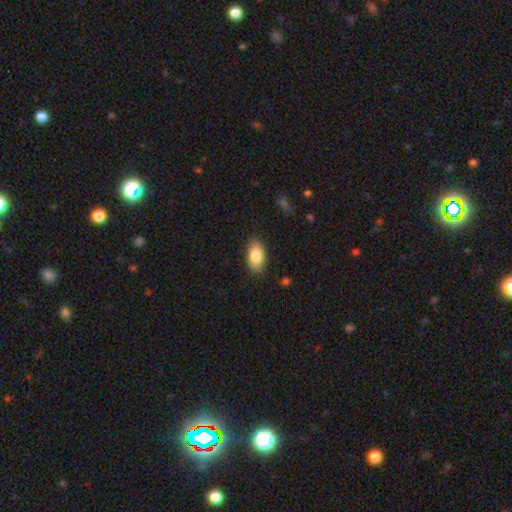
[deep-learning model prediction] Smooth or featured?
  - smooth: 84% *
  - featured or disk: 9%
  - star or artifact: 7%
How rounded?
  - in between: 93% *
  - round: 5%
  - cigar-shaped: 3%
Merging?
  - none: 85% *
  - minor disturbance: 12%
  - major disturbance: 3%
  - merger: 1%